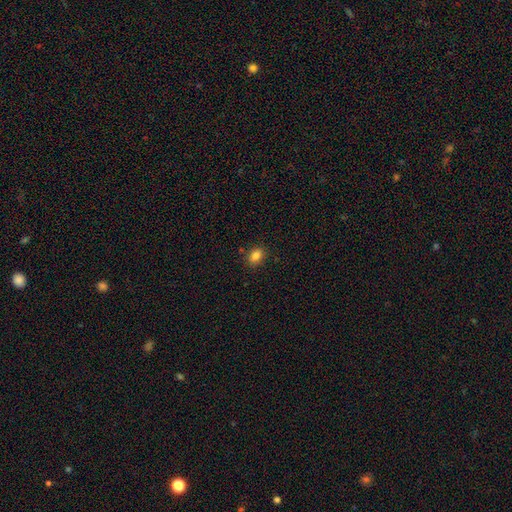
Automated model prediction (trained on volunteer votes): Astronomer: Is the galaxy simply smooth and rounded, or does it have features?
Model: smooth — 84%.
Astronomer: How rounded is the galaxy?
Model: in between — 67%.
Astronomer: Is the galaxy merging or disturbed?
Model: none — 86%.